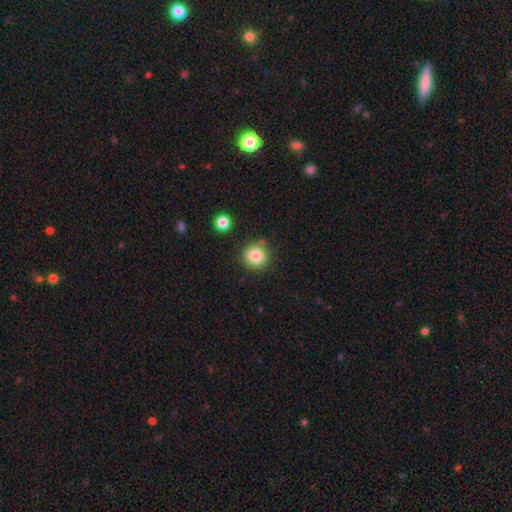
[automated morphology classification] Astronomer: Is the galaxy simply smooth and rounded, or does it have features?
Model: smooth — 83%.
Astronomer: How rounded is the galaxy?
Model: round — 93%.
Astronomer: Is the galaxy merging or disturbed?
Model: none — 77%.